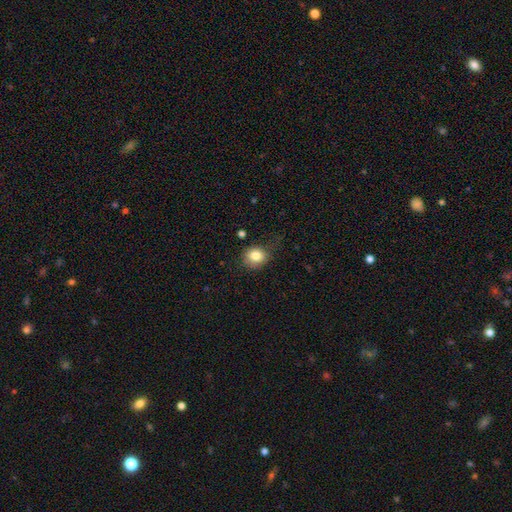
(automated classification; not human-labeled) This is clearly a smooth galaxy (82%). How rounded: likely round (73%). Merging: likely none (67%).